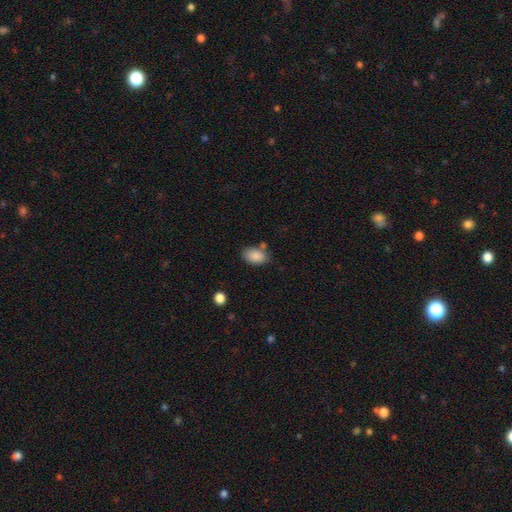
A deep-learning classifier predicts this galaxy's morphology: A smooth galaxy with no disk features (87%) that is in between round and cigar-shaped (89%). Merging: none (69%).